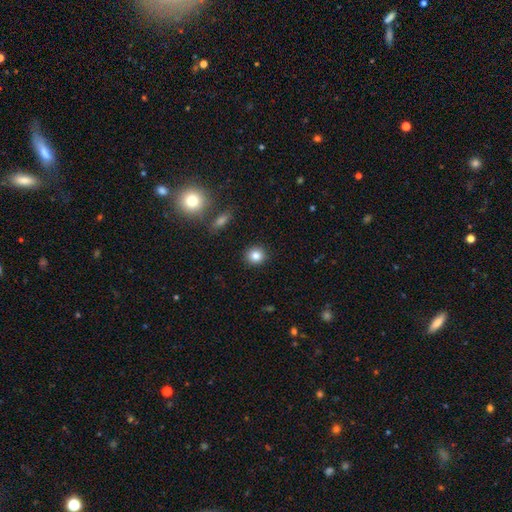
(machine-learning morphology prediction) Smooth or featured? Predicted: smooth (p=0.83). How rounded? Predicted: round (p=0.87). Merging? Predicted: none (p=0.91).